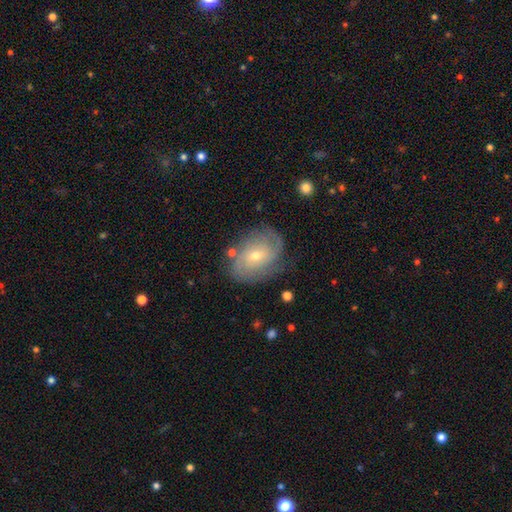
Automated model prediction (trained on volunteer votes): Smooth or featured: featured or disk — 71% (smooth — 20%)
Edge-on disk: no — 96% (yes — 4%)
Bar: no — 69% (weak — 26%)
Spiral arms: yes — 87% (no — 13%)
Spiral winding: tight — 55% (medium — 32%)
Spiral arm count: can't tell — 39% (2 — 31%)
Bulge size: small — 56% (moderate — 41%)
Merging: none — 72% (minor disturbance — 18%)